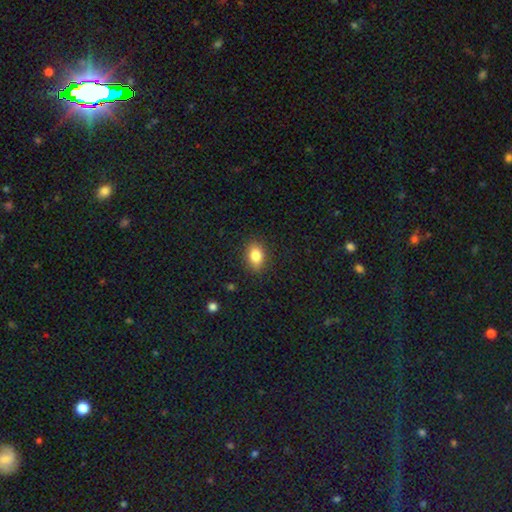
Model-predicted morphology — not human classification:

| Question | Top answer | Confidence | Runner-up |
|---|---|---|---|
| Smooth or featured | smooth | 84% | star or artifact (9%) |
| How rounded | in between | 77% | round (21%) |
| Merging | none | 86% | minor disturbance (11%) |